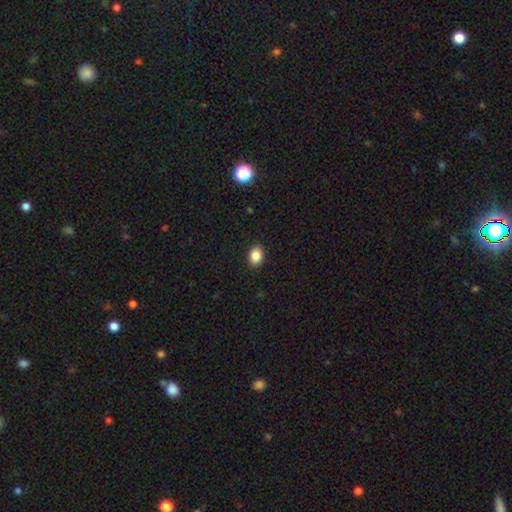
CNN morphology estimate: The model was most divided on "how rounded": in between: 73%, round: 26%, cigar-shaped: 1%. More confident: merging — none (89%); smooth or featured — smooth (87%).